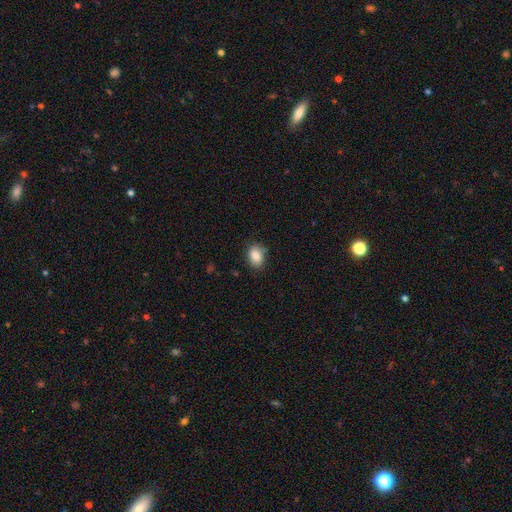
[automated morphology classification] type=smooth (87%); roundness=in between (74%); merging=none (81%).